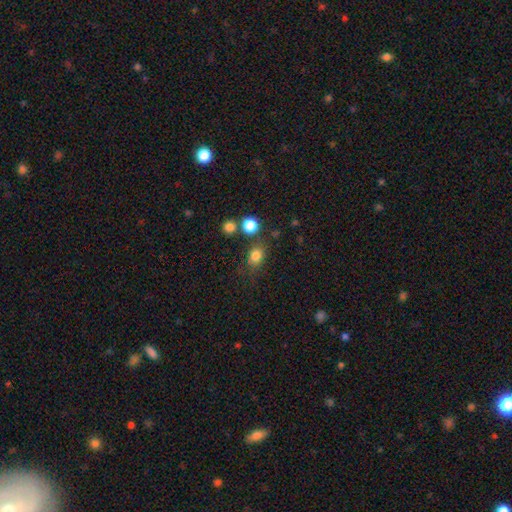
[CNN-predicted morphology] The model was most divided on "how rounded": round: 54%, in between: 45%, cigar-shaped: 2%. More confident: smooth or featured — smooth (81%); merging — none (71%).